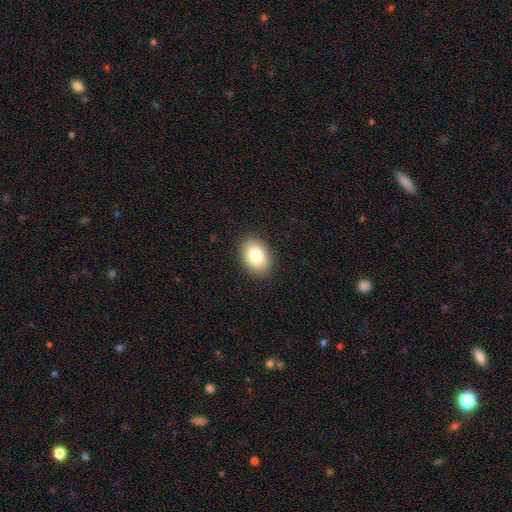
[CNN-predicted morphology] Smooth or featured? Predicted: smooth (p=0.82). How rounded? Predicted: in between (p=0.77). Merging? Predicted: none (p=0.89).